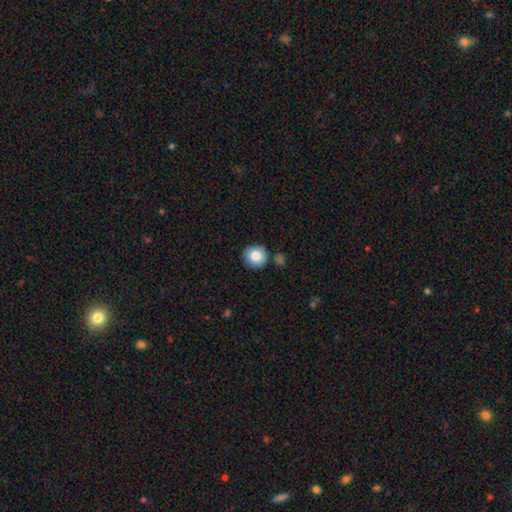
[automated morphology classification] This appears to be a smooth galaxy with no disk features (85%) that is round (92%). Merging: none (82%).